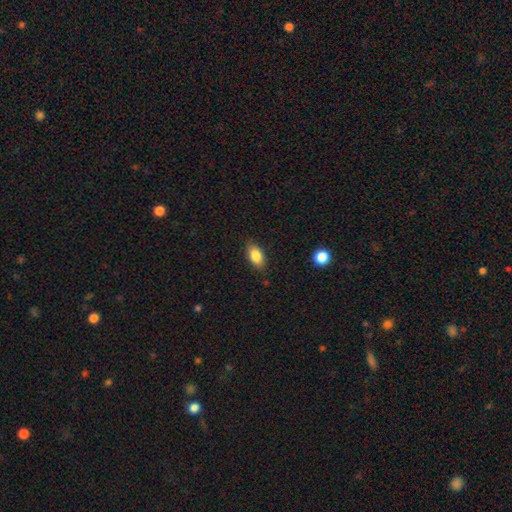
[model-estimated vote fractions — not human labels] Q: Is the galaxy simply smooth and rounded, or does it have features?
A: smooth — 85%.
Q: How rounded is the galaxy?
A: in between — 90%.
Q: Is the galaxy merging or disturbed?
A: none — 85%.